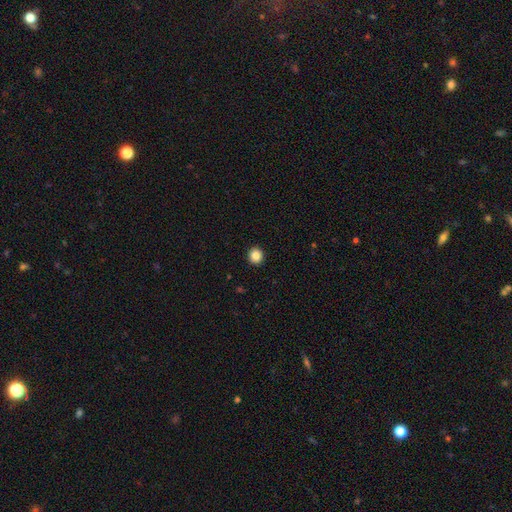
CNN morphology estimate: smooth 86%, star or artifact 10%, featured or disk 4%. Down the decision tree: how rounded — round (91%); merging — none (93%).